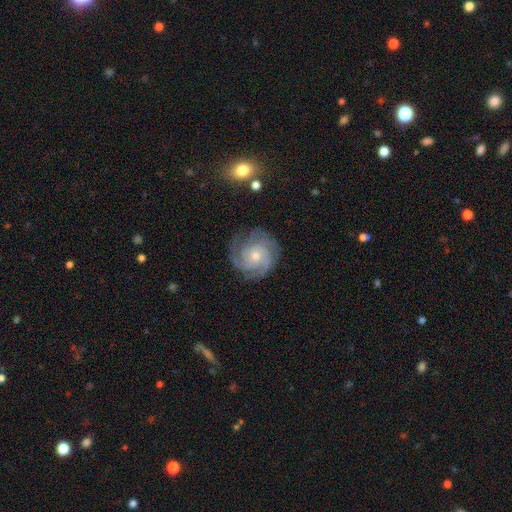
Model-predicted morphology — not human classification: Q: Smooth or featured?
A: featured or disk (87%); runner-up: smooth (8%)
Q: Edge-on disk?
A: no (98%); runner-up: yes (2%)
Q: Bar?
A: no (77%); runner-up: weak (20%)
Q: Spiral arms?
A: yes (98%); runner-up: no (2%)
Q: Spiral winding?
A: tight (65%); runner-up: medium (30%)
Q: Spiral arm count?
A: 3 (35%); runner-up: 4 (30%)
Q: Bulge size?
A: small (53%); runner-up: moderate (42%)
Q: Merging?
A: none (78%); runner-up: minor disturbance (15%)